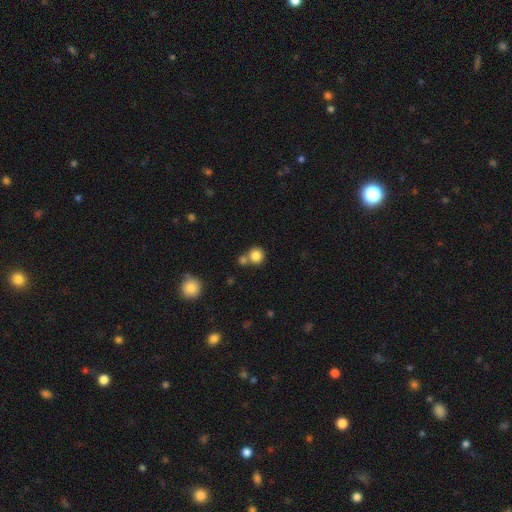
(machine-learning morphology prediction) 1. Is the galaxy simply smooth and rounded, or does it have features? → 83% smooth, 10% star or artifact, 7% featured or disk.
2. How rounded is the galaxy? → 91% round, 8% in between, 1% cigar-shaped.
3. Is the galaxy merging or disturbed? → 61% none, 27% merger, 8% minor disturbance, 3% major disturbance.